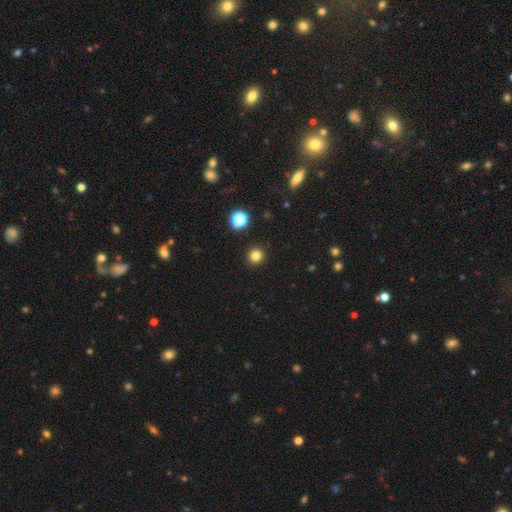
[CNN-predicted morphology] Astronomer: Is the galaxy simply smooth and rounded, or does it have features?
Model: smooth — 81%.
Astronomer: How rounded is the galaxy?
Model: round — 93%.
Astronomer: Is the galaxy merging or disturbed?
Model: none — 92%.